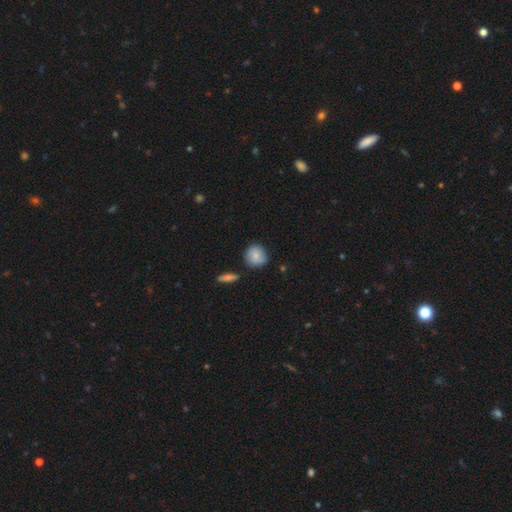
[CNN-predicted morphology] Q: Smooth or featured?
A: smooth (75%); runner-up: featured or disk (18%)
Q: How rounded?
A: round (85%); runner-up: in between (13%)
Q: Merging?
A: none (71%); runner-up: minor disturbance (21%)